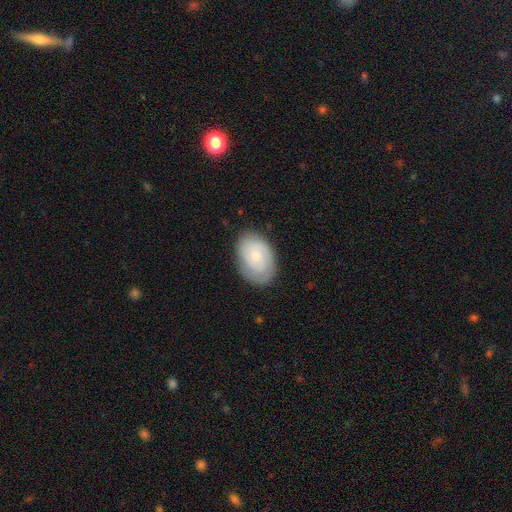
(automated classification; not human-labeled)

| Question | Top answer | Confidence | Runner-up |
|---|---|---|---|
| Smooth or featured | smooth | 53% | featured or disk (40%) |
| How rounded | in between | 85% | round (14%) |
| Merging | none | 81% | minor disturbance (14%) |